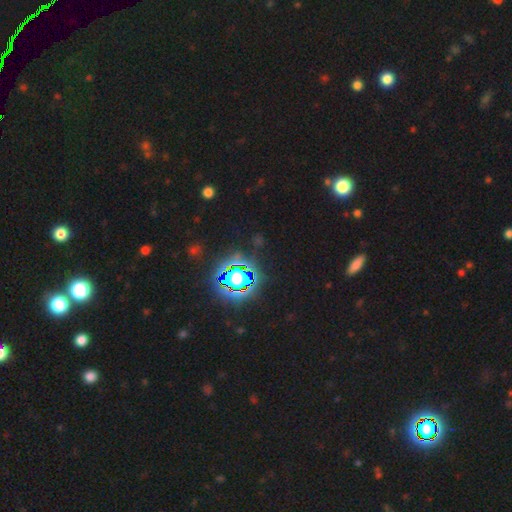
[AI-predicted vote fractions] Smooth or featured: star or artifact — 80% (smooth — 13%)